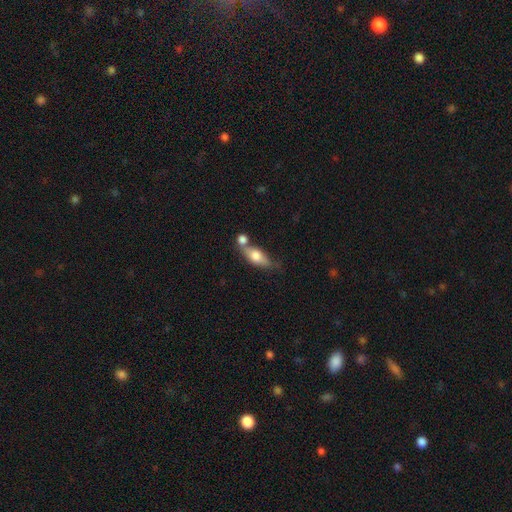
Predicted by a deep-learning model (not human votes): This is likely a smooth galaxy (63%). How rounded: likely in between (69%). Merging: marginally merger (39%, tied with none).